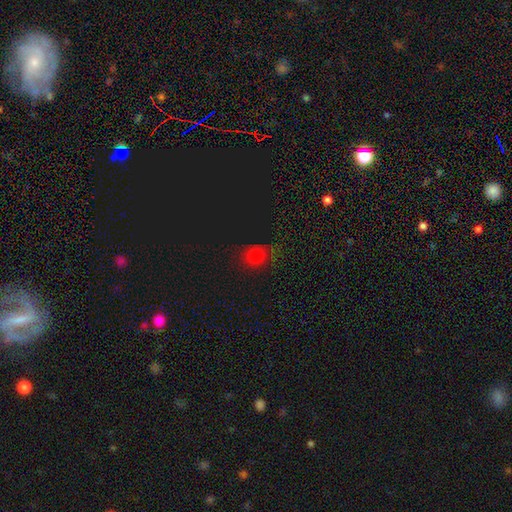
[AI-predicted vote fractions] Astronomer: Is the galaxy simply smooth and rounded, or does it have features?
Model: smooth — 66%.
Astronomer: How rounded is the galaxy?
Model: round — 59% (runner-up: in between, 39%).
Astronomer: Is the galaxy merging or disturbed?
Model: none — 67%.